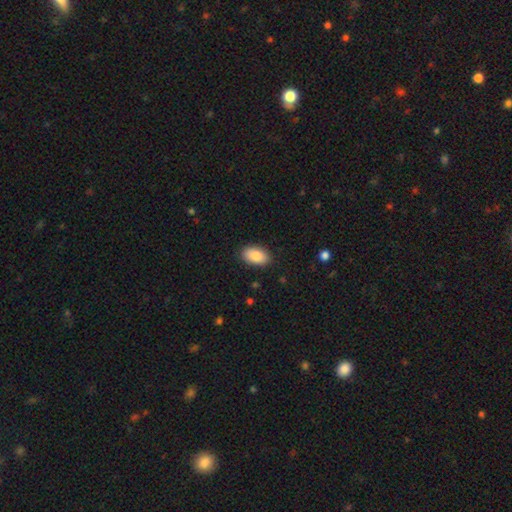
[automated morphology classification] This appears to be a smooth galaxy with no disk features (87%) that is in between round and cigar-shaped (94%). Merging: none (88%).